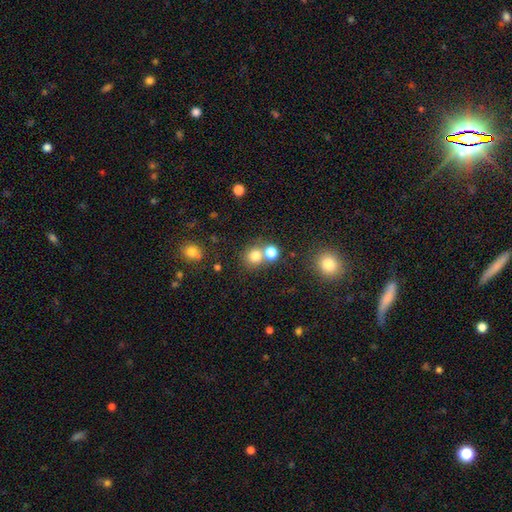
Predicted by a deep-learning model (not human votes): Smooth or featured? smooth (77%)
How rounded? round (87%)
Merging? none (56%)